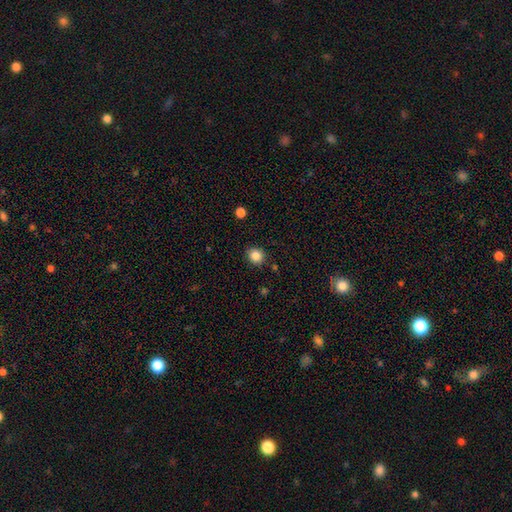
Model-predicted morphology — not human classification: A smooth galaxy with no disk features (85%) that is round (85%). Merging: none (88%).